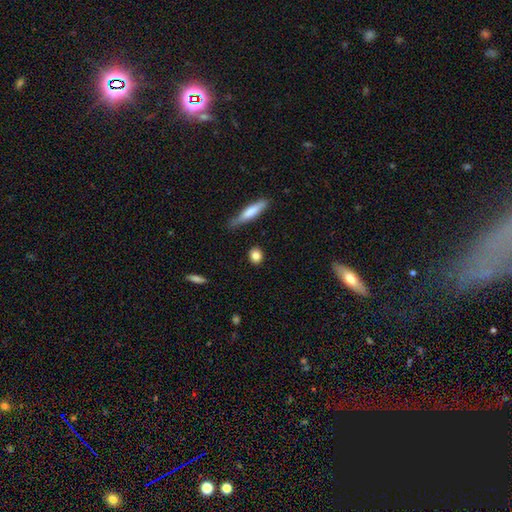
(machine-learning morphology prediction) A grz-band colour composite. It shows a smooth galaxy with no disk features (84%) that is round (62%). Merging: none (87%).